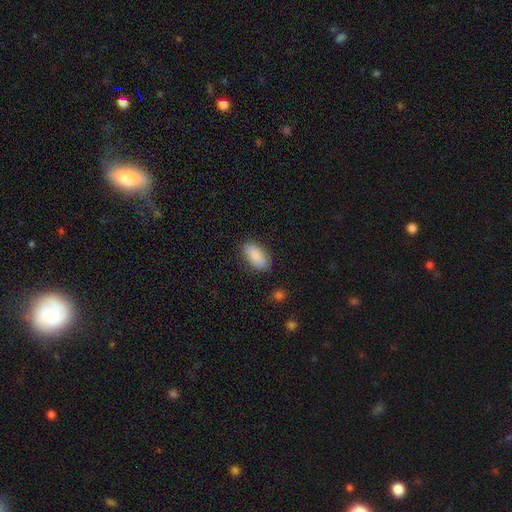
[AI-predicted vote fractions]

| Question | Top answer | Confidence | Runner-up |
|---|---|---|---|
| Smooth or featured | smooth | 89% | star or artifact (6%) |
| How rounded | in between | 90% | cigar-shaped (8%) |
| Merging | none | 87% | minor disturbance (9%) |